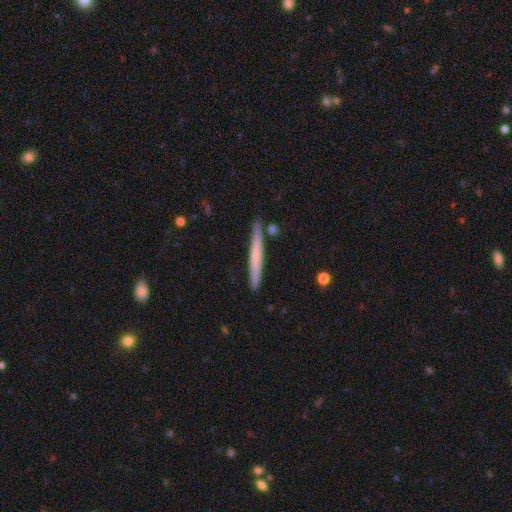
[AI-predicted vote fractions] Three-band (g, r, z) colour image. It shows a smooth galaxy with no disk features (55%) that is cigar-shaped (97%). Merging: none (86%).